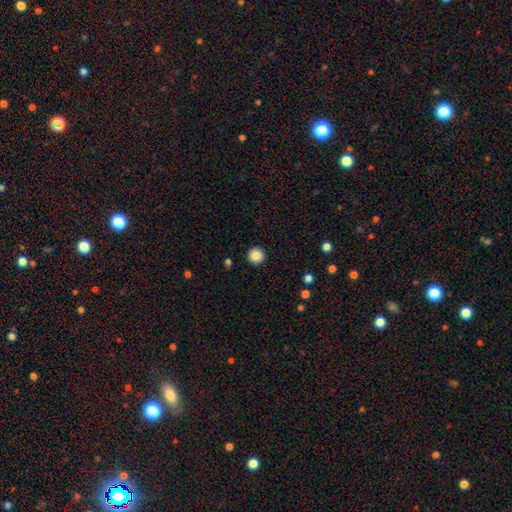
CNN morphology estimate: smooth 86%, star or artifact 9%, featured or disk 5%. Down the decision tree: how rounded — round (96%); merging — none (93%).